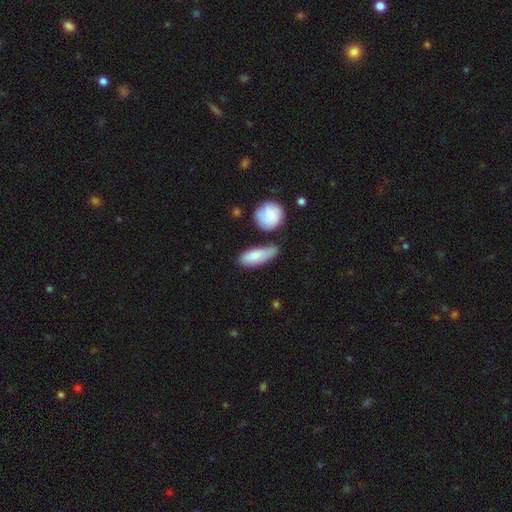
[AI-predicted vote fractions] smooth_or_featured: smooth (p=0.80) [alt: featured or disk p=0.15]
how_rounded: in between (p=0.70) [alt: cigar-shaped p=0.27]
merging: none (p=0.48) [alt: minor disturbance p=0.28]